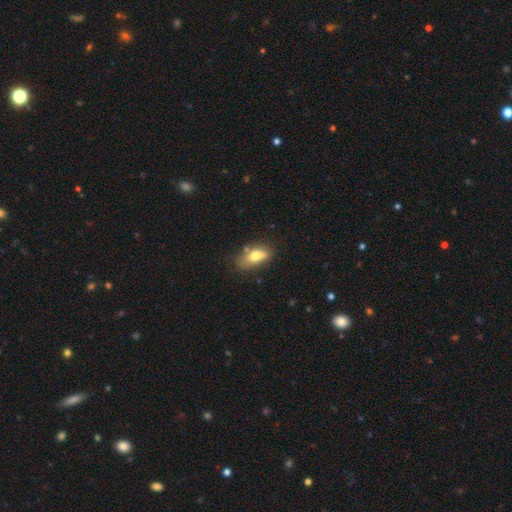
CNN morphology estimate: This appears to be a smooth galaxy with no disk features (73%) that is in between round and cigar-shaped (86%). Merging: none (55%).